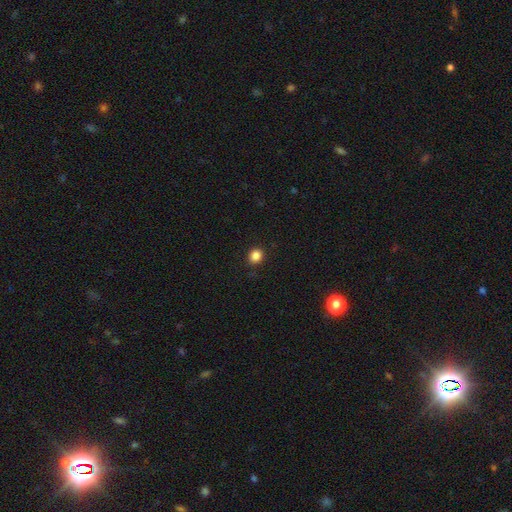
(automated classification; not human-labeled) The model was most divided on "how rounded": round: 80%, in between: 19%, cigar-shaped: 1%. More confident: merging — none (91%); smooth or featured — smooth (85%).